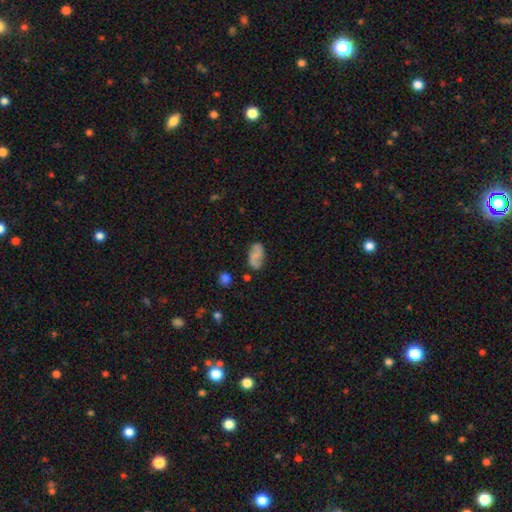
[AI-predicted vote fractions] smooth-or-featured: smooth: 56% | featured or disk: 34% | star or artifact: 9%
  how-rounded: in between: 92% | round: 5% | cigar-shaped: 3%
  merging: none: 66% | minor disturbance: 22% | major disturbance: 7% | merger: 5%